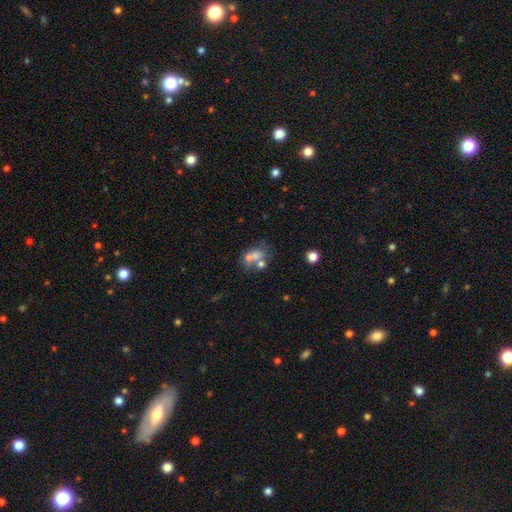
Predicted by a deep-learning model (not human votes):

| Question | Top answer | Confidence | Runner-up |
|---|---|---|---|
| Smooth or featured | smooth | 54% | featured or disk (31%) |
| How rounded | in between | 60% | round (38%) |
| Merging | merger | 48% | none (29%) |